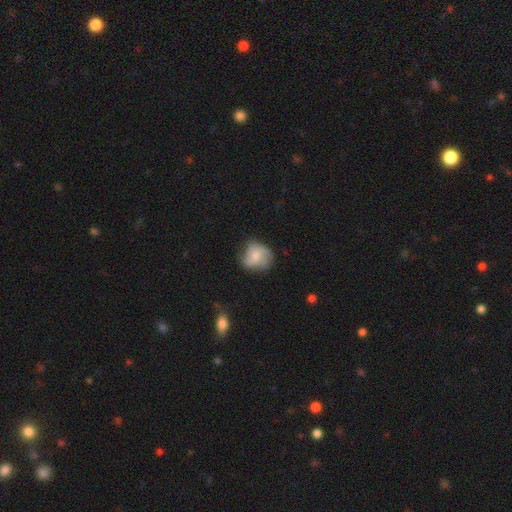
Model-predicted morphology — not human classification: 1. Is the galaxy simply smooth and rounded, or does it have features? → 54% smooth, 38% featured or disk, 8% star or artifact.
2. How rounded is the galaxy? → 64% round, 35% in between, 1% cigar-shaped.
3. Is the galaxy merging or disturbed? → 56% none, 30% minor disturbance, 12% major disturbance, 2% merger.